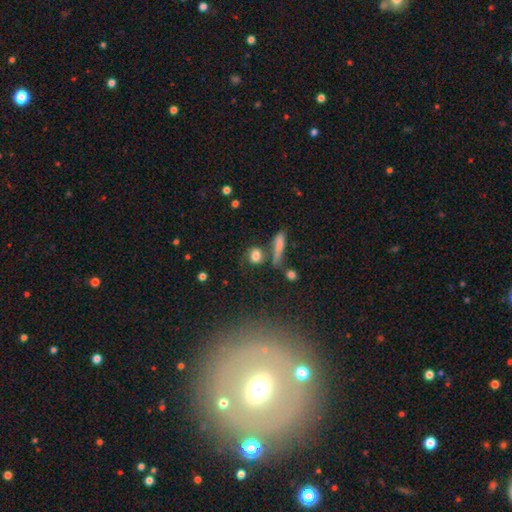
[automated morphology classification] The model was most divided on "how rounded": round: 56%, in between: 34%, cigar-shaped: 10%. More confident: smooth or featured — smooth (75%); merging — none (56%).